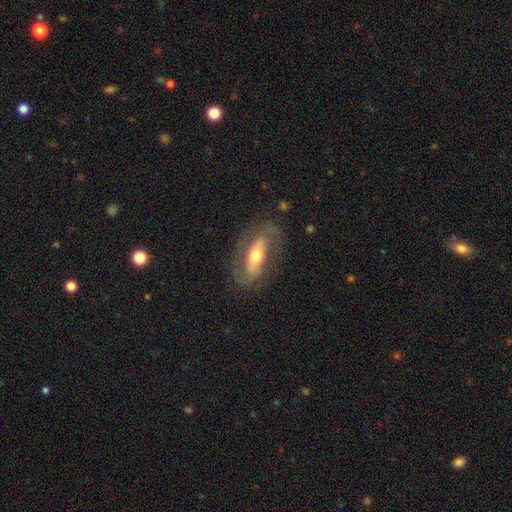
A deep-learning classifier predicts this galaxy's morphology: featured or disk 77%, smooth 17%, star or artifact 5%. Down the decision tree: edge-on disk — no (88%); bar — strong (47%); spiral arms — yes (81%); spiral arm count — 2 (85%); spiral winding — medium (45%); bulge size — moderate (64%); merging — none (76%).